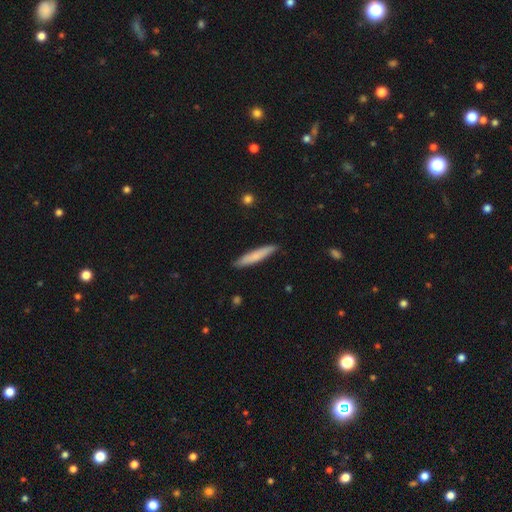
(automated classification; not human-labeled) Smooth or featured: smooth — 76% (featured or disk — 19%)
How rounded: cigar-shaped — 92% (in between — 6%)
Merging: none — 89% (minor disturbance — 8%)